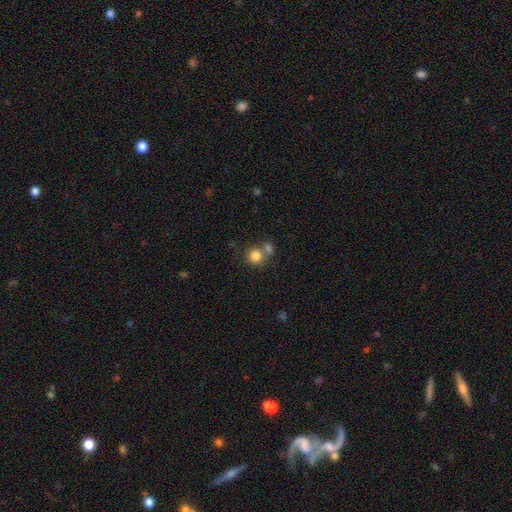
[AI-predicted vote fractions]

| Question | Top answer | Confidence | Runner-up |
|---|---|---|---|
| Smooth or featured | smooth | 82% | star or artifact (10%) |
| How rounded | round | 87% | in between (12%) |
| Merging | none | 54% | merger (33%) |